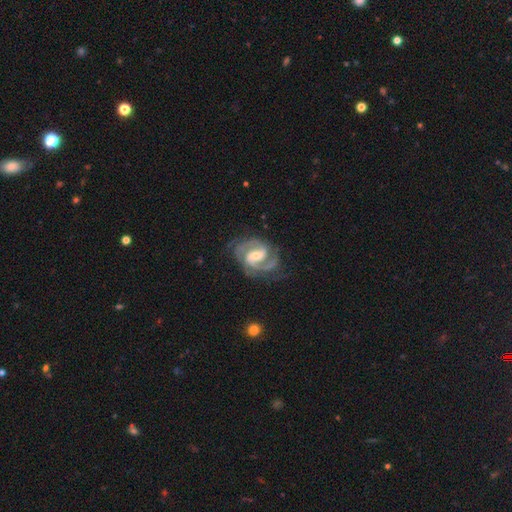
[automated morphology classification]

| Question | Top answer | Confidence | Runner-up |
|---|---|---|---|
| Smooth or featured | featured or disk | 93% | star or artifact (4%) |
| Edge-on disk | no | 98% | yes (2%) |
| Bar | weak | 48% | no (27%) |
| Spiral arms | yes | 98% | no (2%) |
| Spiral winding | medium | 50% | tight (42%) |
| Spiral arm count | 2 | 69% | 3 (19%) |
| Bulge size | moderate | 48% | small (46%) |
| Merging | none | 72% | minor disturbance (18%) |